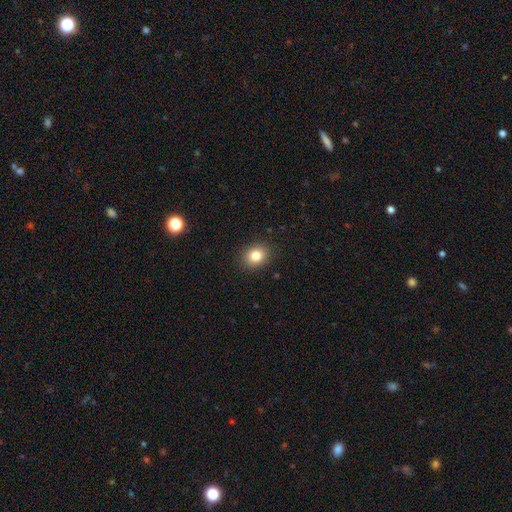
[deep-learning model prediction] smooth-or-featured: smooth: 83% | star or artifact: 10% | featured or disk: 7%
  how-rounded: round: 50% | in between: 49% | cigar-shaped: 1%
  merging: none: 89% | minor disturbance: 8% | major disturbance: 2% | merger: 1%